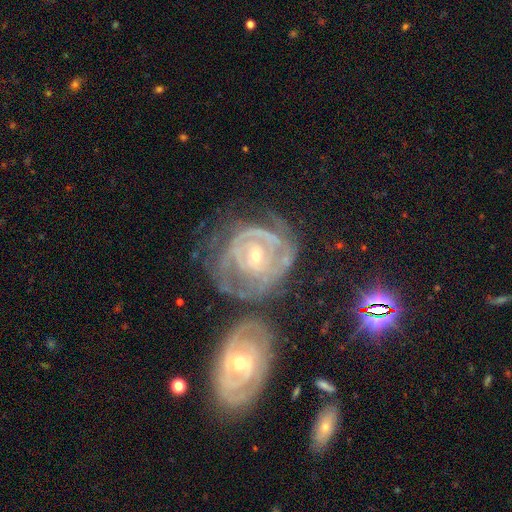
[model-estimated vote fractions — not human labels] A featured or disk galaxy (82%) with no bar (61%), tight (72%) spiral arms (85%) and a small central bulge (65%). Merging: merger (36%).